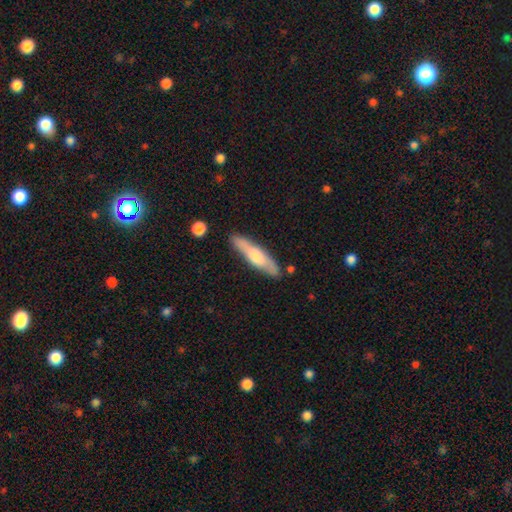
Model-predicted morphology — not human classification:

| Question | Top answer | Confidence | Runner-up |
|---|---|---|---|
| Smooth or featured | featured or disk | 47% | tied: smooth (47%) |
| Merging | none | 84% | minor disturbance (12%) |